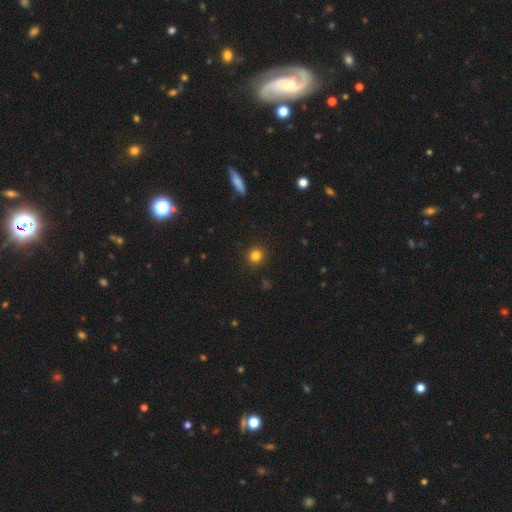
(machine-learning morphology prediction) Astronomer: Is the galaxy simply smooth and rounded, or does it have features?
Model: smooth — 83%.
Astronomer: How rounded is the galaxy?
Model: round — 91%.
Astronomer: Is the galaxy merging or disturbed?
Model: none — 91%.